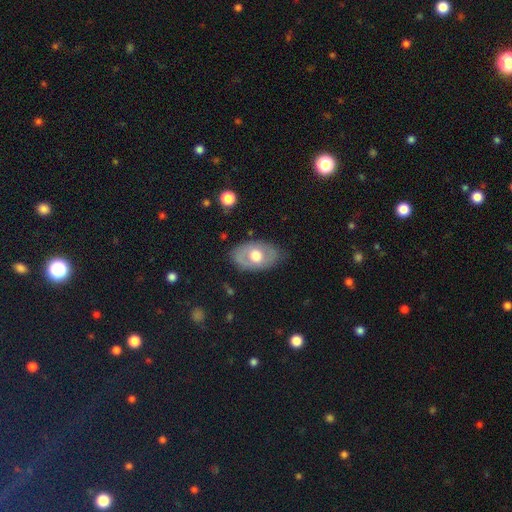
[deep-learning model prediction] smooth 48%, featured or disk 46%, star or artifact 6%. Down the decision tree: merging — none (76%).